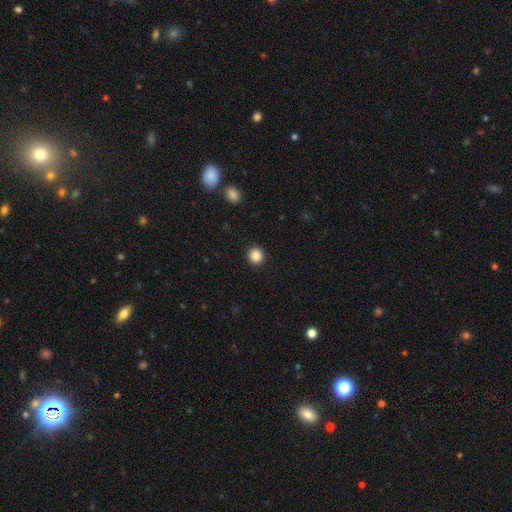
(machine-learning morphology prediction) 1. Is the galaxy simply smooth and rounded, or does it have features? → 87% smooth, 10% star or artifact, 3% featured or disk.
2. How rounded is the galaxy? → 87% round, 12% in between, 1% cigar-shaped.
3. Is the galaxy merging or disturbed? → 92% none, 5% minor disturbance, 2% major disturbance, 1% merger.